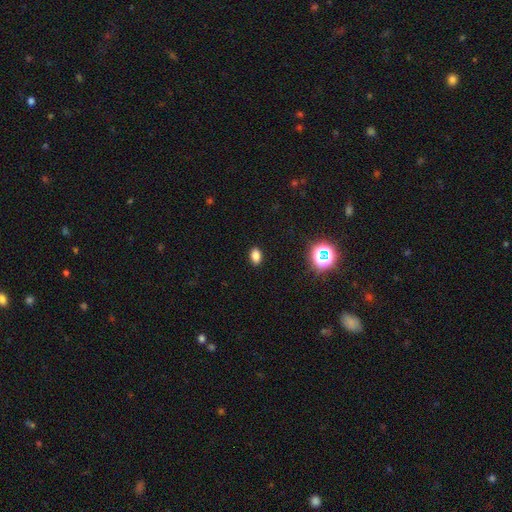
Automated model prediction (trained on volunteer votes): smooth_or_featured: smooth (p=0.80) [alt: star or artifact p=0.15]
how_rounded: in between (p=0.85) [alt: round p=0.13]
merging: none (p=0.89) [alt: minor disturbance p=0.08]